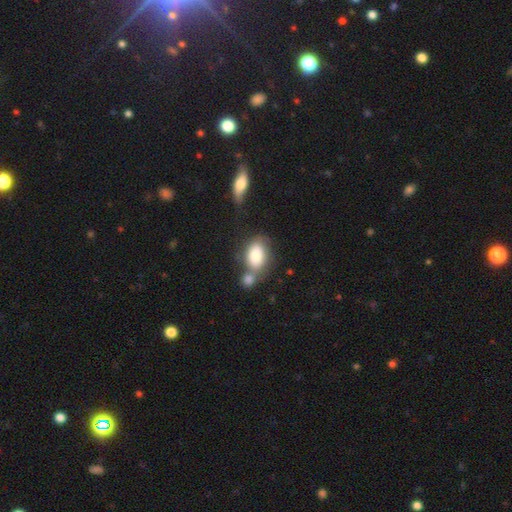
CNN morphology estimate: Q: Smooth or featured?
A: smooth (81%); runner-up: featured or disk (12%)
Q: How rounded?
A: in between (85%); runner-up: round (13%)
Q: Merging?
A: merger (44%); runner-up: none (35%)